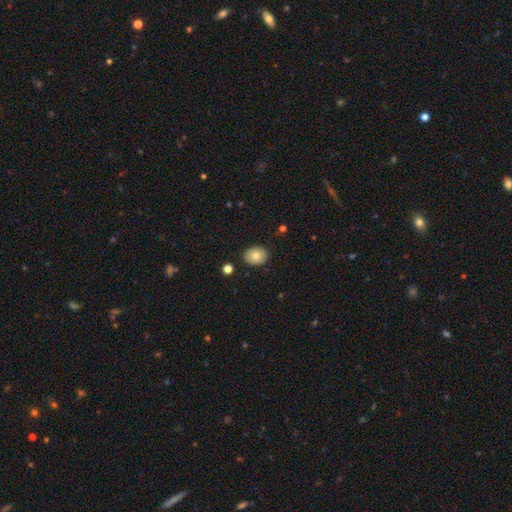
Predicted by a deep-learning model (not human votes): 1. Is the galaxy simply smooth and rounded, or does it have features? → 76% smooth, 16% featured or disk, 8% star or artifact.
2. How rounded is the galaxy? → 57% in between, 42% round, 1% cigar-shaped.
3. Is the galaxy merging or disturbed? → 88% none, 9% minor disturbance, 2% major disturbance, 2% merger.